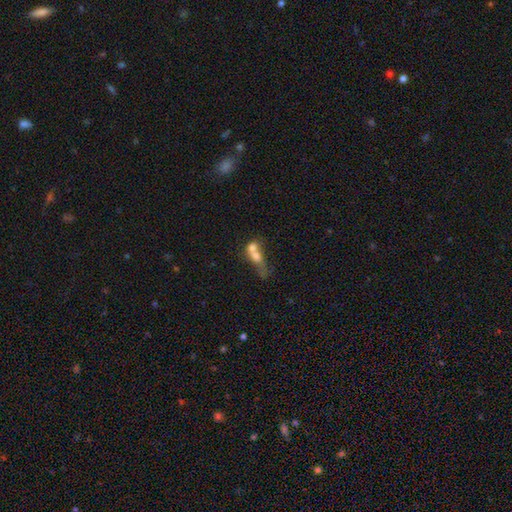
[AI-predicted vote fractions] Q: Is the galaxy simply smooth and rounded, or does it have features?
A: smooth — 60%.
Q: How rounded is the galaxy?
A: in between — 55%.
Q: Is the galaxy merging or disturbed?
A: merger — 67%.